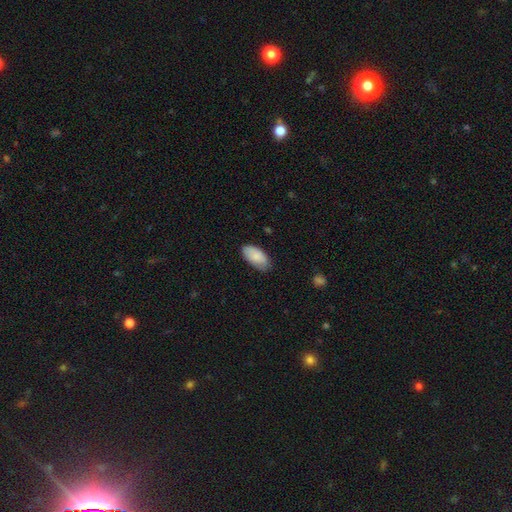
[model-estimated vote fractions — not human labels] This appears to be a smooth galaxy with no disk features (85%) that is in between round and cigar-shaped (95%). Merging: none (76%).